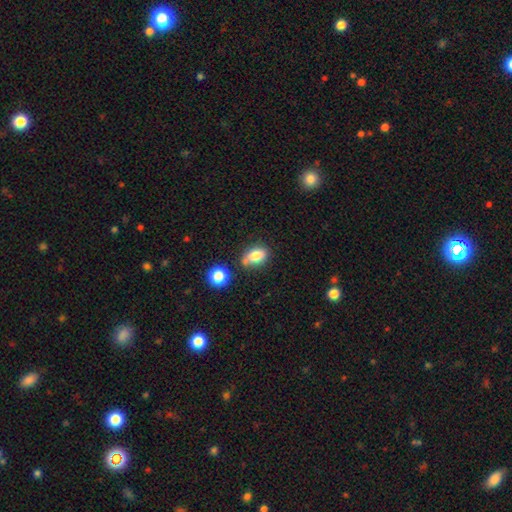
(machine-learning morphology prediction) This appears to be a smooth galaxy with no disk features (80%) that is in between round and cigar-shaped (77%). Merging: none (57%).